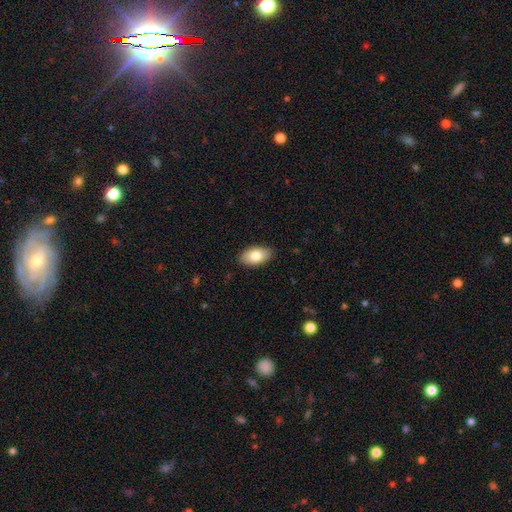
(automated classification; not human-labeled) Q: Smooth or featured?
A: smooth (81%); runner-up: featured or disk (13%)
Q: How rounded?
A: in between (94%); runner-up: round (4%)
Q: Merging?
A: none (89%); runner-up: minor disturbance (9%)